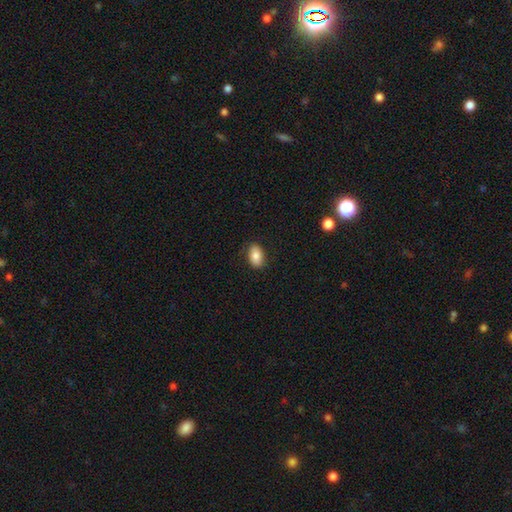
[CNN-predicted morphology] A smooth galaxy with no disk features (85%) that is in between round and cigar-shaped (90%). Merging: none (85%).